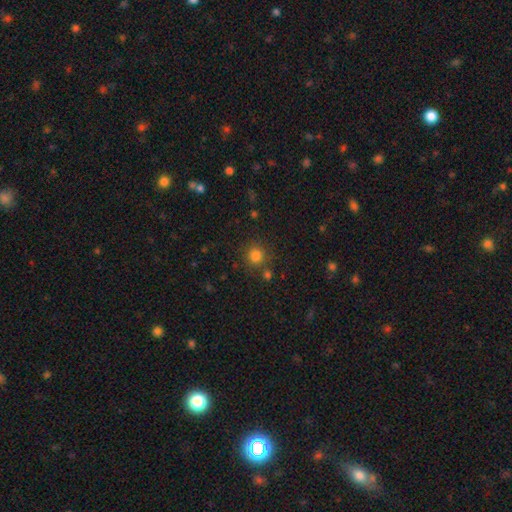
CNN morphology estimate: This appears to be a smooth galaxy with no disk features (81%) that is round (92%). Merging: none (79%).